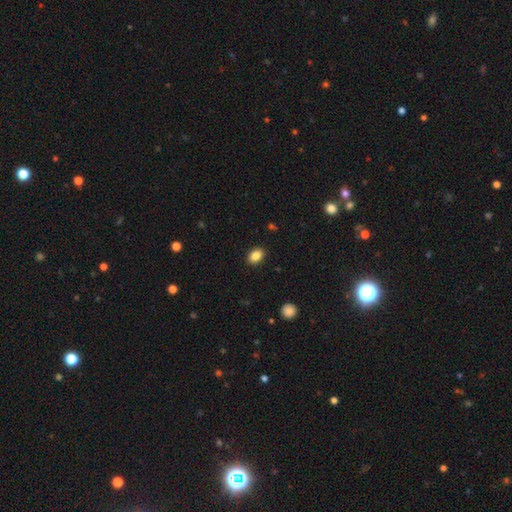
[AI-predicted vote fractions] smooth_or_featured: smooth (p=0.87) [alt: star or artifact p=0.09]
how_rounded: in between (p=0.81) [alt: round p=0.18]
merging: none (p=0.90) [alt: minor disturbance p=0.07]